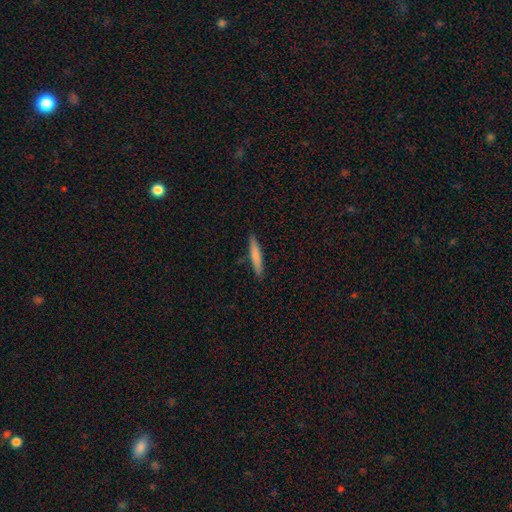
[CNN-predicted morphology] This is likely a smooth galaxy (76%). How rounded: clearly cigar-shaped (93%). Merging: clearly none (89%).